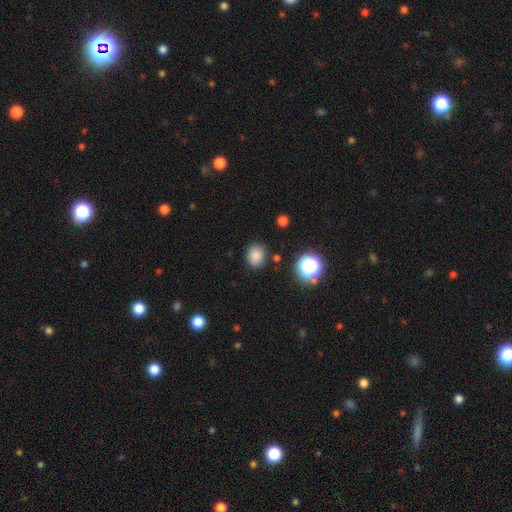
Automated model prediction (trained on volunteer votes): This appears to be a smooth galaxy with no disk features (82%) that is round (53%). Merging: none (82%).